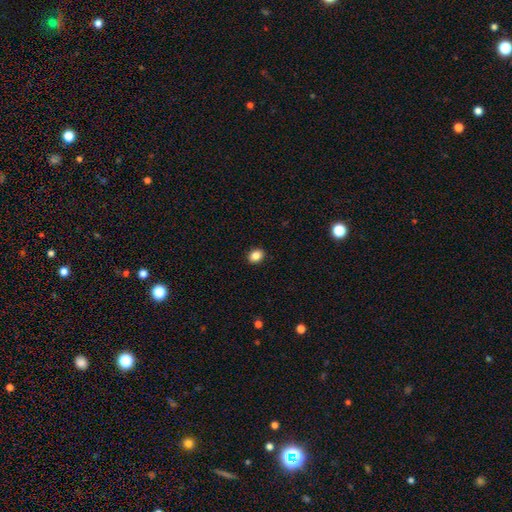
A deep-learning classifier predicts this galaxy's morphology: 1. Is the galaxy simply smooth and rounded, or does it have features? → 86% smooth, 10% star or artifact, 5% featured or disk.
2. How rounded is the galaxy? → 52% in between, 48% round, 1% cigar-shaped.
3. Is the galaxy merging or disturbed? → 91% none, 7% minor disturbance, 2% major disturbance, 1% merger.